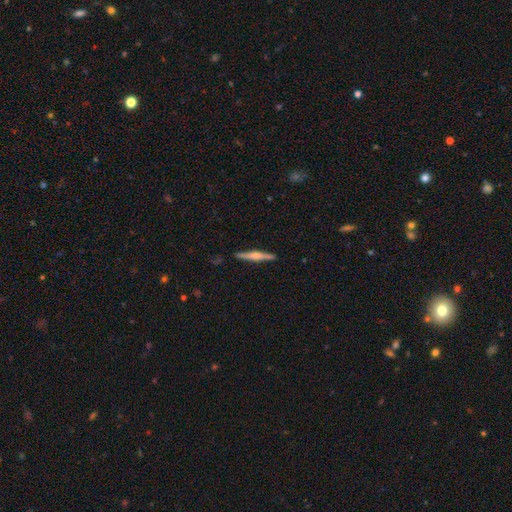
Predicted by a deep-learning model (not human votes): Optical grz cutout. It shows a featured or disk galaxy (60%) viewed edge-on (98%) with a rounded central bulge (72%). Merging: none (89%).